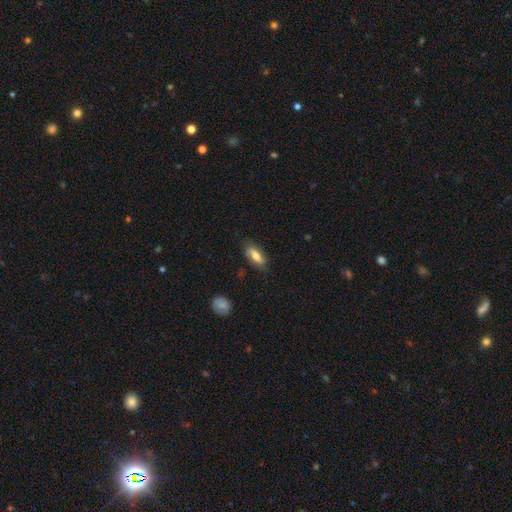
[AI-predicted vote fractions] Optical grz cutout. It shows a smooth galaxy with no disk features (70%) that is in between round and cigar-shaped (70%). Merging: none (76%).